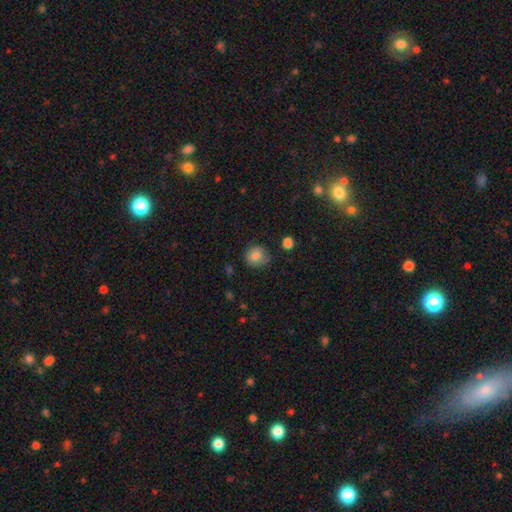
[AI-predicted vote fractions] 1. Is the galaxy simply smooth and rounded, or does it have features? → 80% smooth, 11% featured or disk, 9% star or artifact.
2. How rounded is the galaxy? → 82% round, 17% in between, 1% cigar-shaped.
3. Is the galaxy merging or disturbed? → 70% none, 23% minor disturbance, 5% major disturbance, 2% merger.